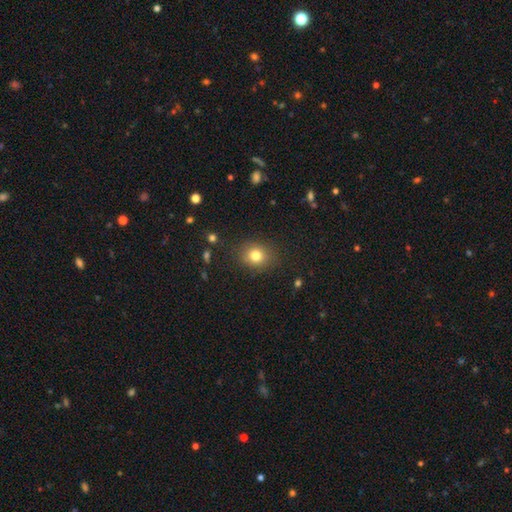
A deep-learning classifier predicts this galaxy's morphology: type=smooth (80%); roundness=round (62%); merging=none (85%).